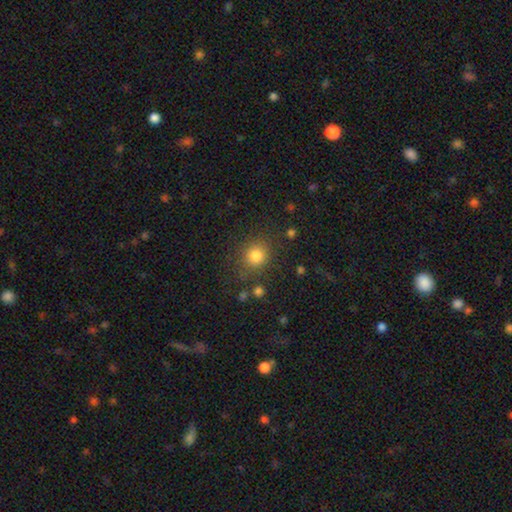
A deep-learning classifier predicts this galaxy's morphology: A smooth galaxy with no disk features (82%) that is round (85%). Merging: none (82%).